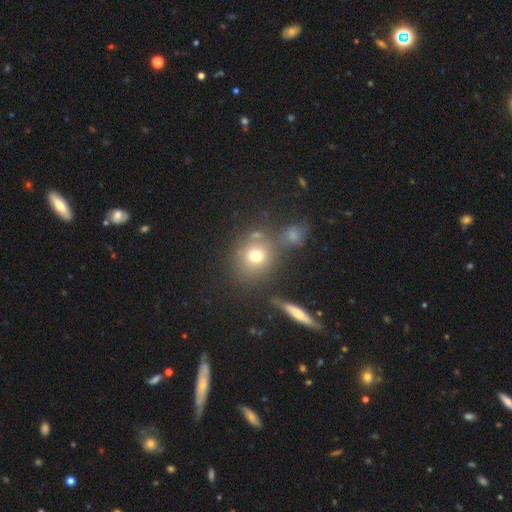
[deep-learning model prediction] smooth 72%, star or artifact 15%, featured or disk 13%. Down the decision tree: how rounded — round (79%); merging — none (64%).